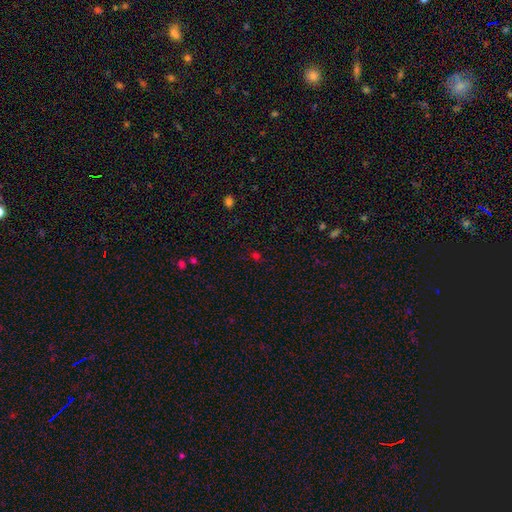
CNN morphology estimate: Overall: smooth (47%, tied with star or artifact). Merging: none (76%).